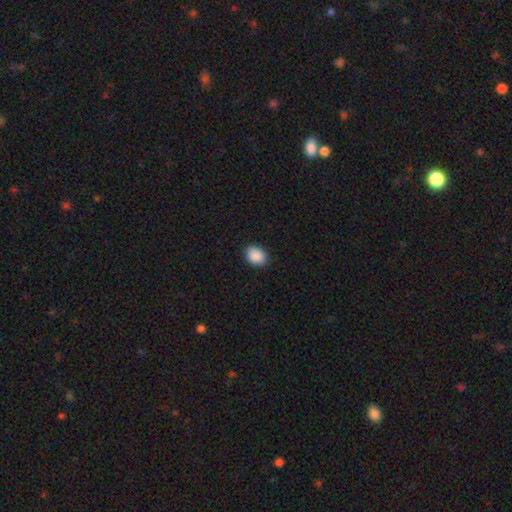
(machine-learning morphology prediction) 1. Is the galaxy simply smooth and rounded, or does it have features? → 90% smooth, 8% star or artifact, 3% featured or disk.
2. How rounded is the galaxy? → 57% in between, 42% round, 1% cigar-shaped.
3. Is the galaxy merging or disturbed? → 88% none, 9% minor disturbance, 2% major disturbance, 1% merger.